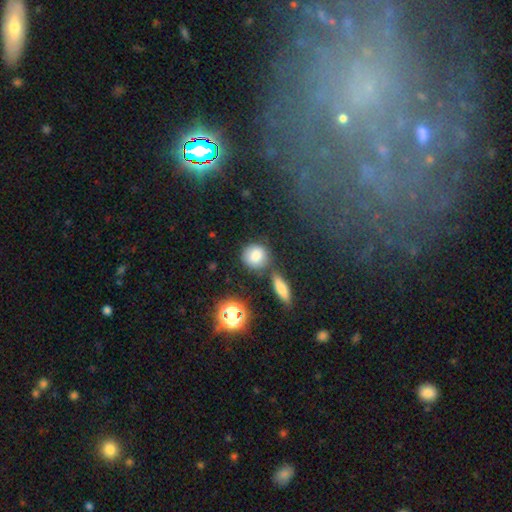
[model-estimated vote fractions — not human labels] Overall: smooth (82%). How rounded: round (82%). Merging: none (70%).